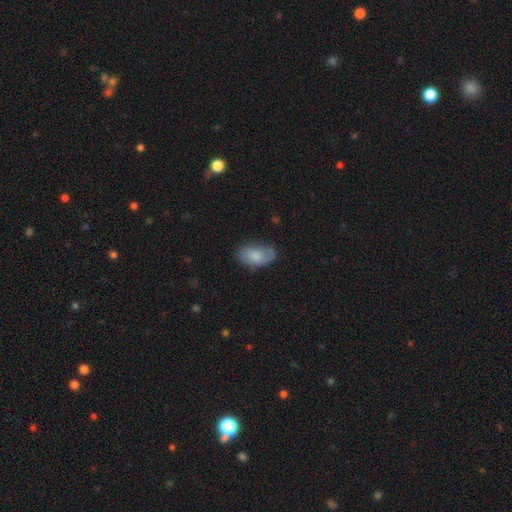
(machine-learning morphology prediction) This is likely a smooth galaxy (76%). How rounded: clearly in between (93%). Merging: likely none (61%).